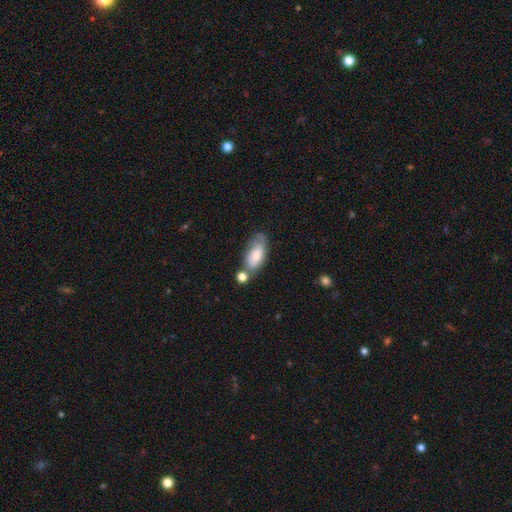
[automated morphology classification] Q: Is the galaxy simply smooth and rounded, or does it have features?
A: smooth — 75%.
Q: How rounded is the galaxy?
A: in between — 86%.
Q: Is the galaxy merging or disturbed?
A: none — 46%.